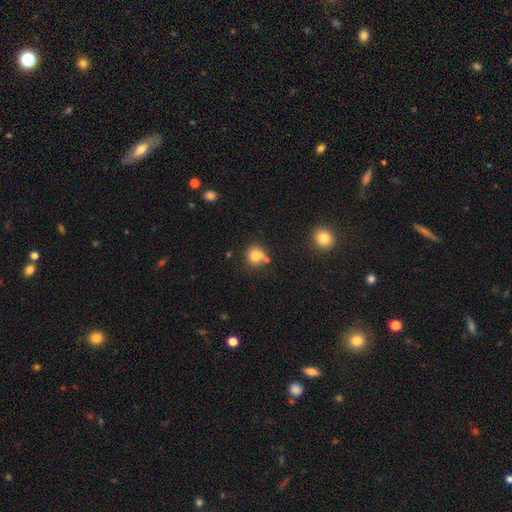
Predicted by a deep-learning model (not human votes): This is likely a smooth galaxy (78%). How rounded: clearly round (86%). Merging: possibly none (56%).